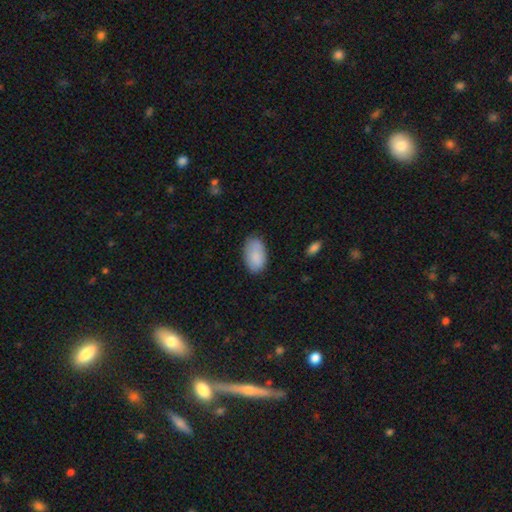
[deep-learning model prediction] The model was most divided on "merging": none: 78%, minor disturbance: 17%, major disturbance: 3%, merger: 2%. More confident: how rounded — in between (94%); smooth or featured — smooth (87%).